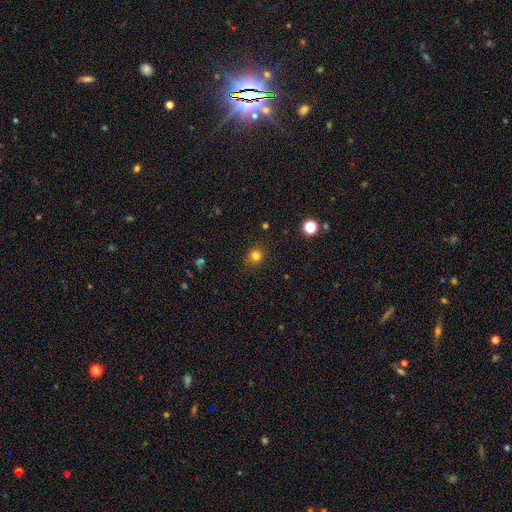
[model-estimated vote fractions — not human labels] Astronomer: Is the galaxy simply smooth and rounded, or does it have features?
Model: smooth — 81%.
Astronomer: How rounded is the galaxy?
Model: round — 87%.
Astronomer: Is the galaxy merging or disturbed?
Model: none — 87%.